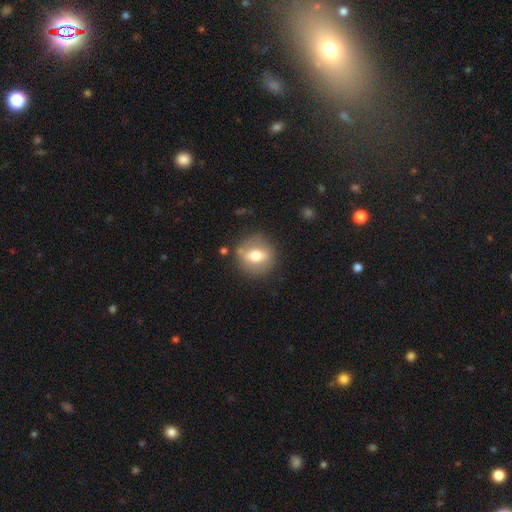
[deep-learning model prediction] smooth_or_featured: smooth (p=0.60) [alt: featured or disk p=0.32]
how_rounded: round (p=0.76) [alt: in between p=0.22]
merging: none (p=0.81) [alt: minor disturbance p=0.12]